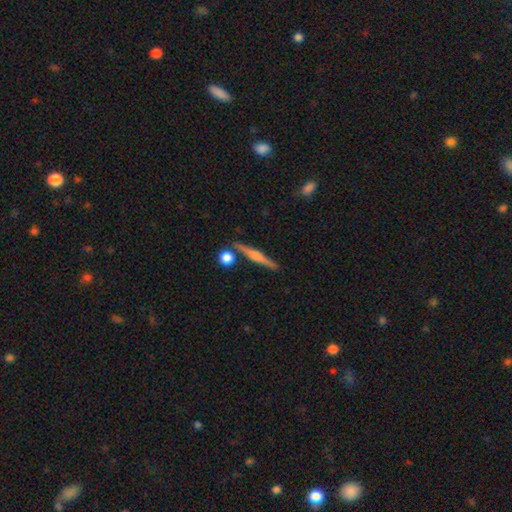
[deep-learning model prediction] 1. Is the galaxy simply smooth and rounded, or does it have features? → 55% featured or disk, 38% smooth, 7% star or artifact.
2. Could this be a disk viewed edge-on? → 97% yes, 3% no.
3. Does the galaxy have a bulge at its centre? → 56% rounded, 23% boxy, 21% none.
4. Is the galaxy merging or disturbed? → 83% none, 9% minor disturbance, 6% merger, 2% major disturbance.